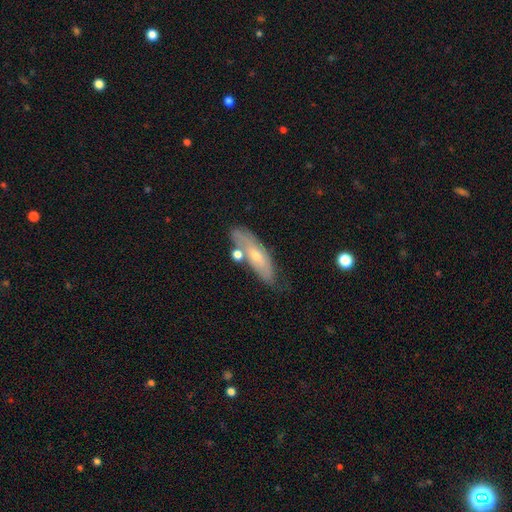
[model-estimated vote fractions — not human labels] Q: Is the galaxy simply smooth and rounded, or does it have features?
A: smooth — 47%.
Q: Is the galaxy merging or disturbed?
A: none — 59%.